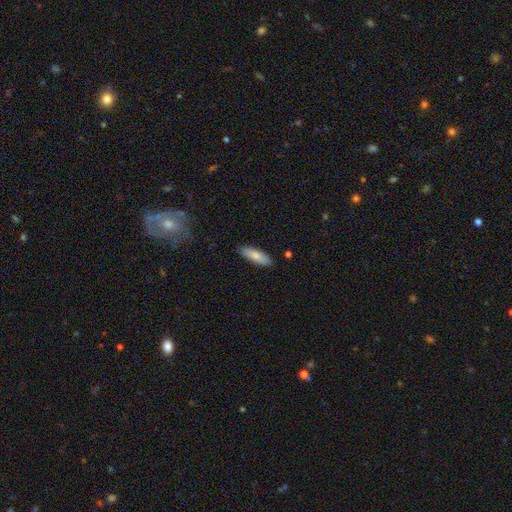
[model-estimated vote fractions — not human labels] Smooth or featured: smooth — 82% (featured or disk — 13%)
How rounded: in between — 52% (cigar-shaped — 46%)
Merging: none — 87% (minor disturbance — 10%)